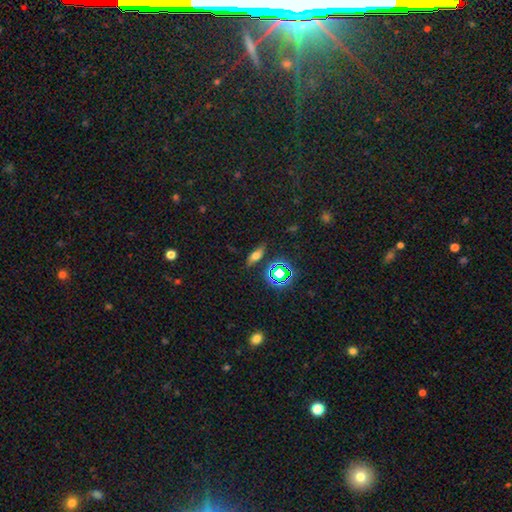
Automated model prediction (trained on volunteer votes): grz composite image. It shows a smooth galaxy with no disk features (56%) that is in between round and cigar-shaped (62%). Merging: none (82%).